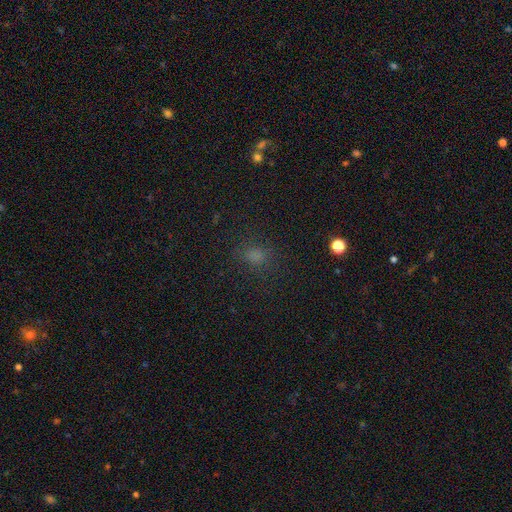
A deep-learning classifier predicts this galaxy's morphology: This is likely a smooth galaxy (70%). How rounded: possibly round (50%). Merging: likely none (78%).